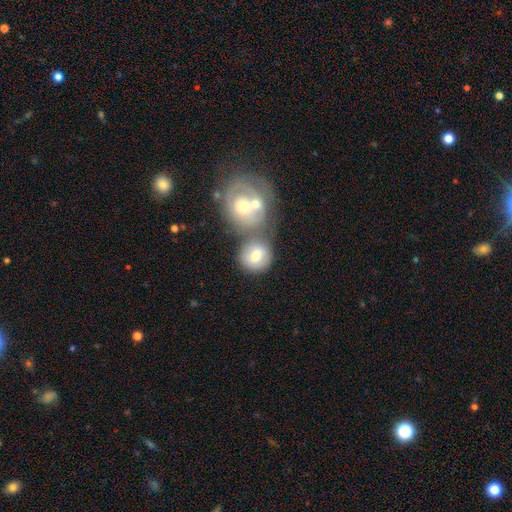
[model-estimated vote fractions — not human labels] Morphology: type=smooth (68%); roundness=round (85%); merging=none (47%).